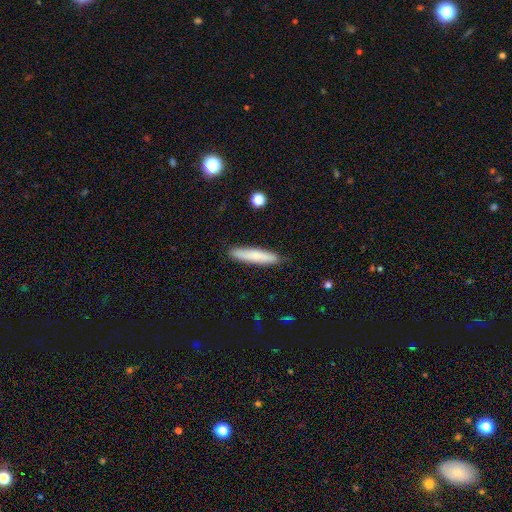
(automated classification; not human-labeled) smooth 77%, featured or disk 17%, star or artifact 6%. Down the decision tree: how rounded — cigar-shaped (88%); merging — none (88%).